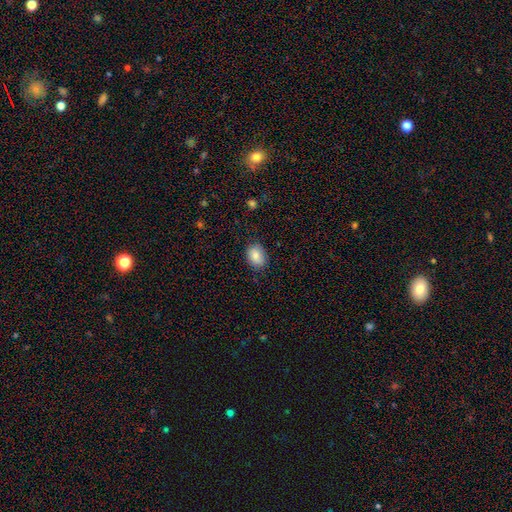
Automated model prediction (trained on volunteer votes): Smooth or featured? Predicted: smooth (p=0.86). How rounded? Predicted: in between (p=0.70). Merging? Predicted: none (p=0.82).